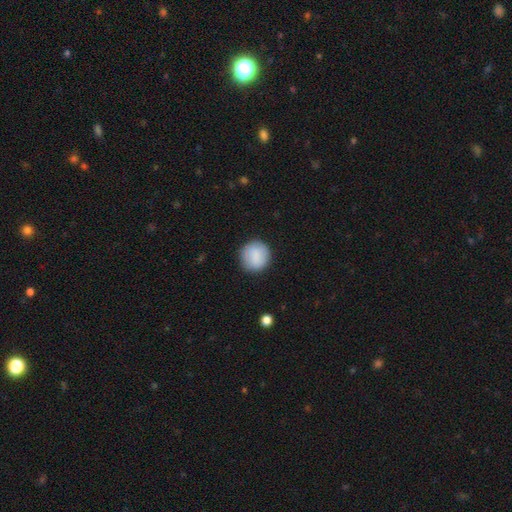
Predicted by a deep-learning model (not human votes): Q: Smooth or featured?
A: smooth (86%); runner-up: featured or disk (8%)
Q: How rounded?
A: round (91%); runner-up: in between (8%)
Q: Merging?
A: none (87%); runner-up: minor disturbance (9%)